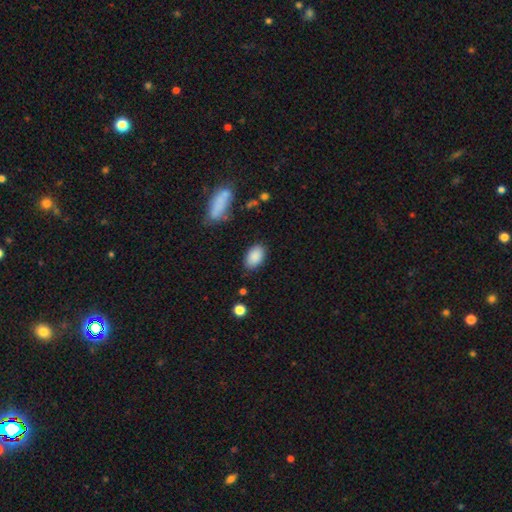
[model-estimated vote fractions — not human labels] The model was most divided on "merging": none: 83%, minor disturbance: 12%, major disturbance: 3%, merger: 2%. More confident: how rounded — in between (90%); smooth or featured — smooth (89%).